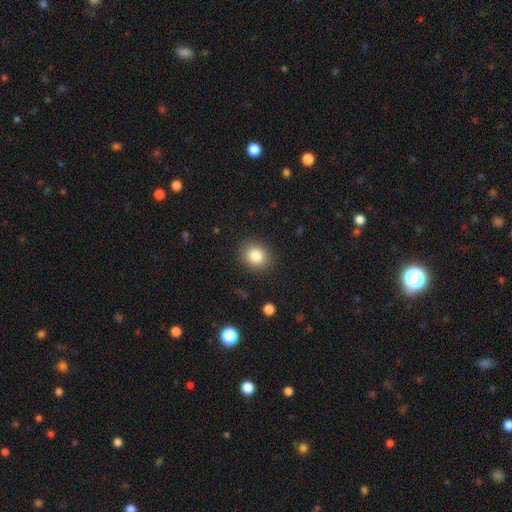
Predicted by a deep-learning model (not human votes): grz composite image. It shows a smooth galaxy with no disk features (84%) that is round (68%). Merging: none (88%).